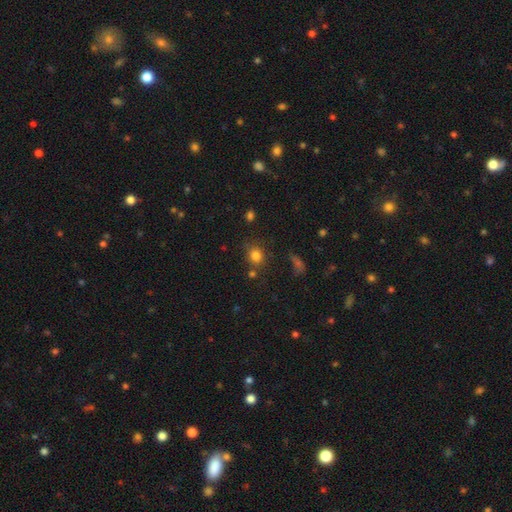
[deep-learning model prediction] Smooth or featured: smooth — 81% (star or artifact — 13%)
How rounded: round — 75% (in between — 24%)
Merging: none — 72% (minor disturbance — 14%)